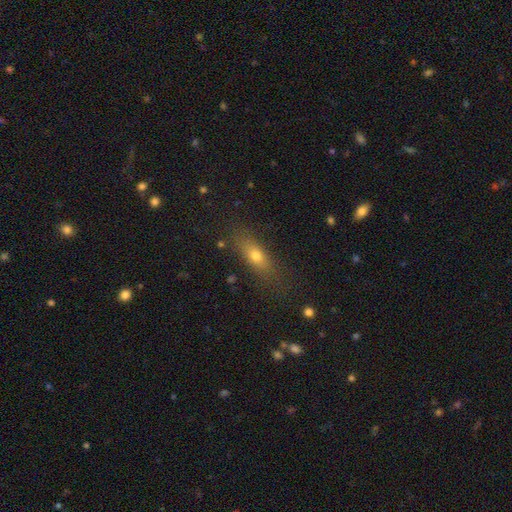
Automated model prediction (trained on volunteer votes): Smooth or featured?
  - smooth: 67% *
  - featured or disk: 21%
  - star or artifact: 12%
How rounded?
  - in between: 53% *
  - cigar-shaped: 40%
  - round: 7%
Merging?
  - none: 78% *
  - minor disturbance: 14%
  - major disturbance: 5%
  - merger: 2%